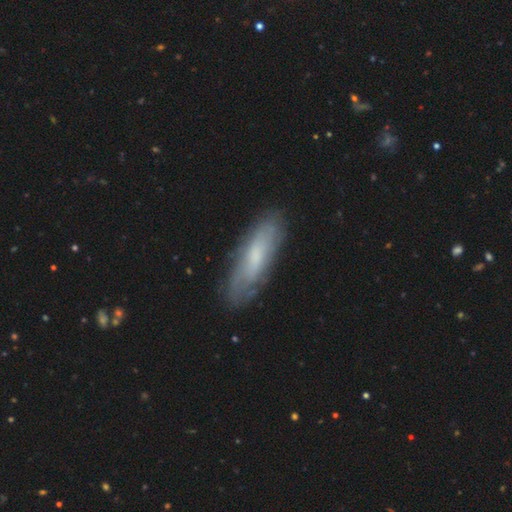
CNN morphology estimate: Smooth or featured? smooth (53%)
How rounded? in between (52%)
Merging? none (76%)